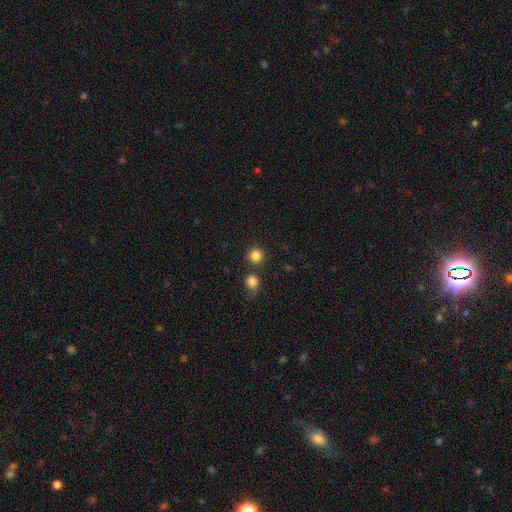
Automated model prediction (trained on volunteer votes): A smooth galaxy with no disk features (84%) that is round (92%). Merging: none (78%).